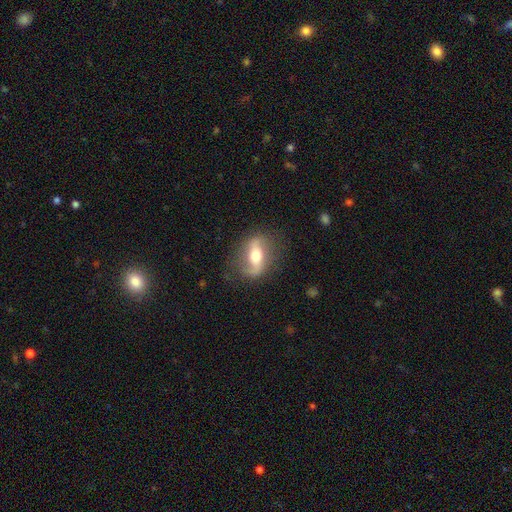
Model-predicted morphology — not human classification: This is likely a featured or disk galaxy (69%). It is likely not viewed edge-on (79%). Bar: possibly strong (49%). Spiral arm pattern: likely yes (73%). Central bulge: likely moderate (64%). Merging: likely none (76%).